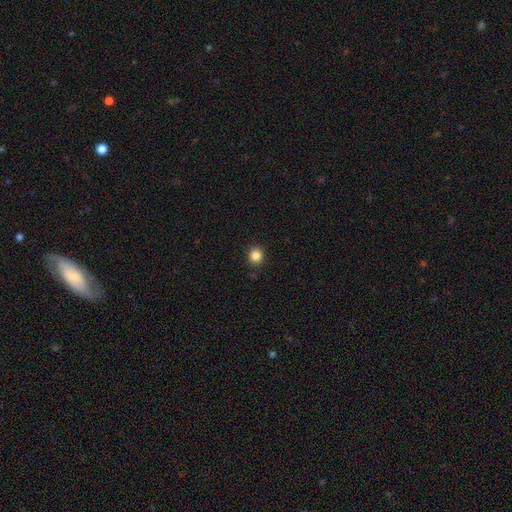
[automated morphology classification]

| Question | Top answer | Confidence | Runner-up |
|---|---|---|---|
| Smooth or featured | smooth | 85% | star or artifact (11%) |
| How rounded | round | 91% | in between (8%) |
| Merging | none | 91% | minor disturbance (6%) |